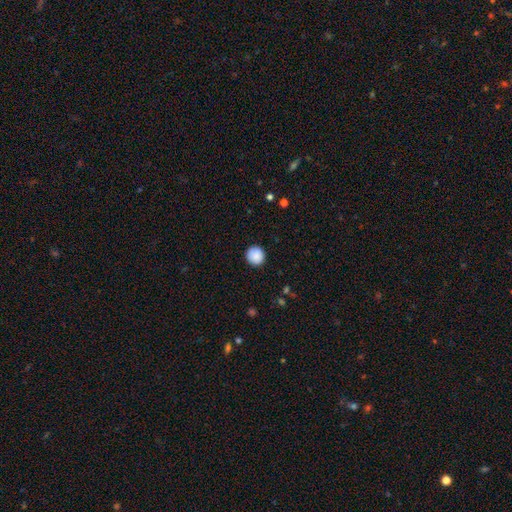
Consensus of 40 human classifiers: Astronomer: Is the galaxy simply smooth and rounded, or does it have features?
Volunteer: smooth — 88%.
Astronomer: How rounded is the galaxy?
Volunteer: round — 94%.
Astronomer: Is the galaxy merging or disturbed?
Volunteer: none — 92%.